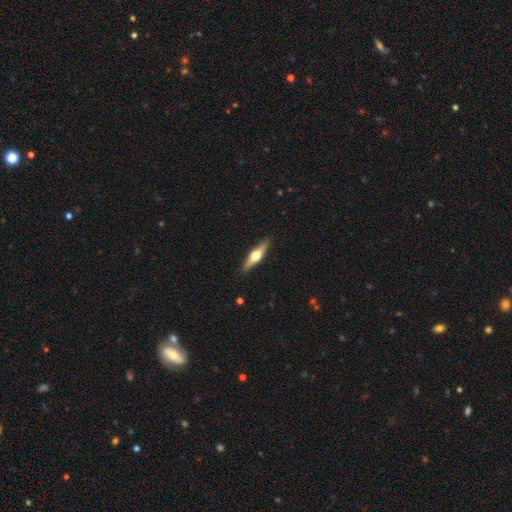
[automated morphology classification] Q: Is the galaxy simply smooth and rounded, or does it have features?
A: featured or disk — 62%.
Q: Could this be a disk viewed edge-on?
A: yes — 96%.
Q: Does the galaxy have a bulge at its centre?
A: rounded — 95%.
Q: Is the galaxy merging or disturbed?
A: none — 90%.